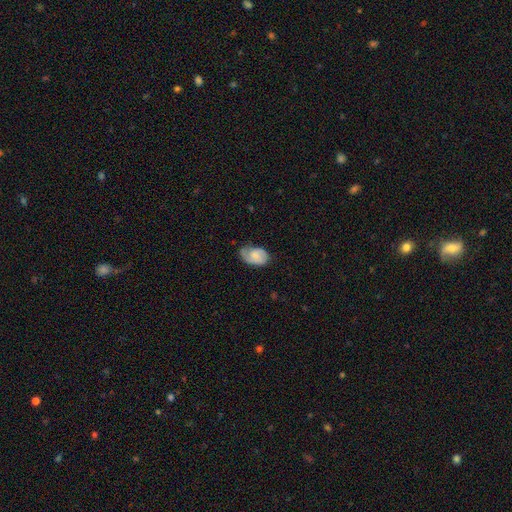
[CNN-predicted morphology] smooth_or_featured: featured or disk (p=0.49) [alt: smooth p=0.44]
merging: none (p=0.54) [alt: minor disturbance p=0.32]